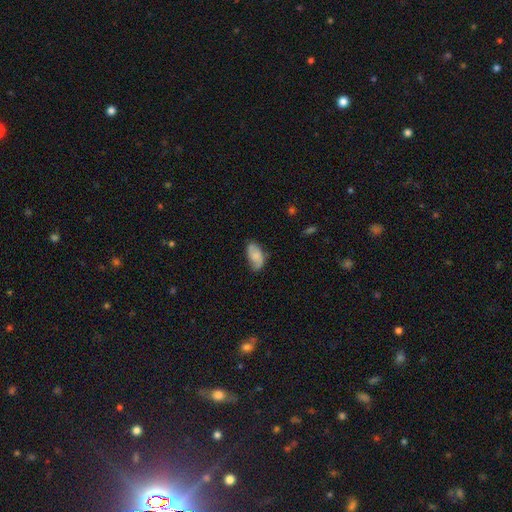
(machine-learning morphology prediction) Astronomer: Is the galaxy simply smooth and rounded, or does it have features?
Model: smooth — 54% (runner-up: featured or disk, 38%).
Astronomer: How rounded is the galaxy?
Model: in between — 92%.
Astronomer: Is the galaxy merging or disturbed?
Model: none — 65%.